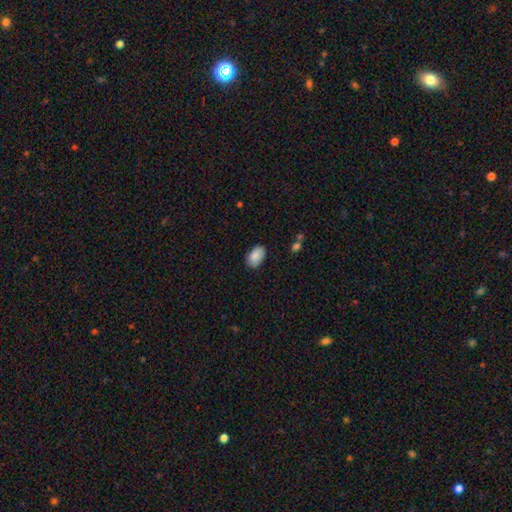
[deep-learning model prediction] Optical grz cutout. It shows a smooth galaxy with no disk features (87%) that is in between round and cigar-shaped (90%). Merging: none (82%).